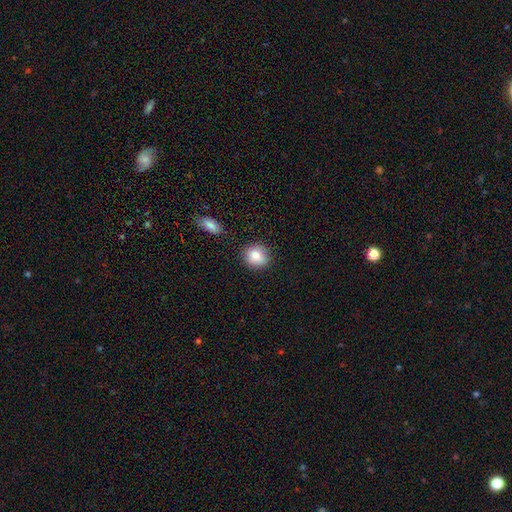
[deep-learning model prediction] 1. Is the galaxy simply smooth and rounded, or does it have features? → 83% smooth, 8% featured or disk, 8% star or artifact.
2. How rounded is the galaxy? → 76% round, 23% in between, 1% cigar-shaped.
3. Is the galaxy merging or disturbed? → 83% none, 11% minor disturbance, 4% merger, 2% major disturbance.